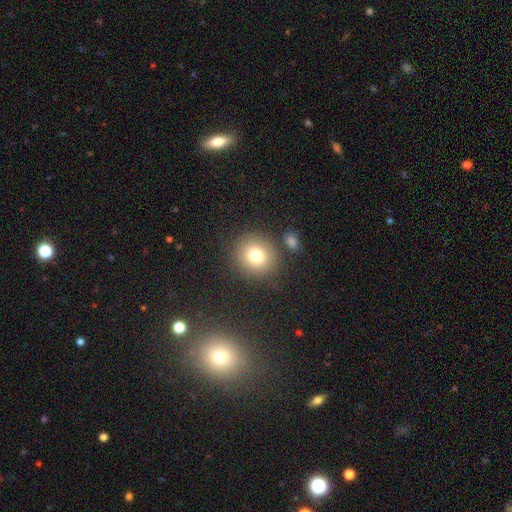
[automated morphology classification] smooth-or-featured: smooth: 78% | star or artifact: 12% | featured or disk: 10%
  how-rounded: round: 87% | in between: 12% | cigar-shaped: 1%
  merging: none: 83% | minor disturbance: 8% | merger: 5% | major disturbance: 4%